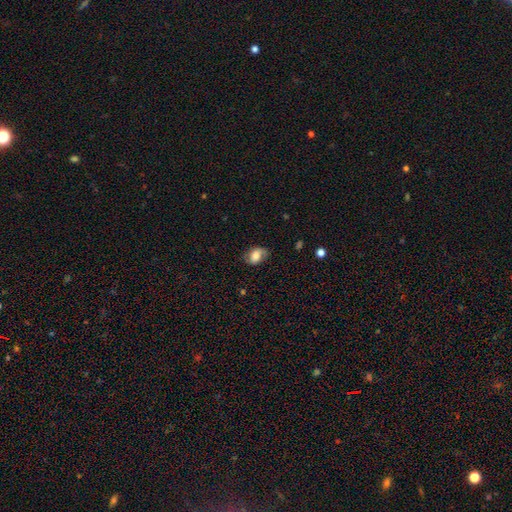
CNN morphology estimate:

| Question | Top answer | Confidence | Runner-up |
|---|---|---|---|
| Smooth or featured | smooth | 65% | featured or disk (27%) |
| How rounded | in between | 78% | round (20%) |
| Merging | none | 66% | minor disturbance (25%) |